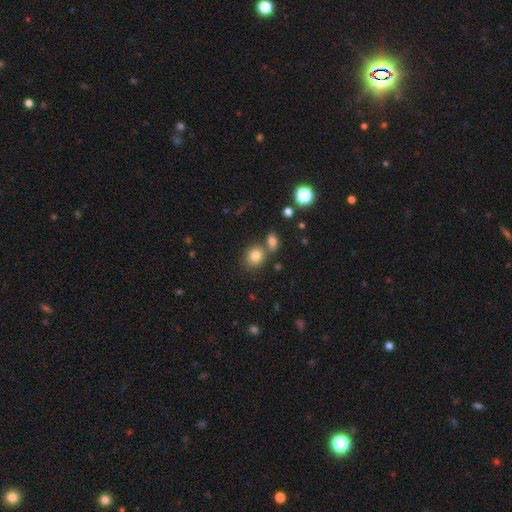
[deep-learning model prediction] Overall: smooth (81%). How rounded: round (74%). Merging: none (64%).